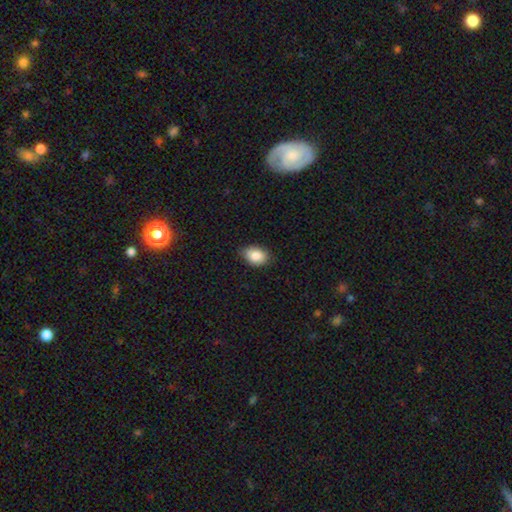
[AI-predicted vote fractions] smooth-or-featured: smooth: 86% | star or artifact: 8% | featured or disk: 6%
  how-rounded: in between: 78% | round: 21% | cigar-shaped: 1%
  merging: none: 81% | minor disturbance: 15% | major disturbance: 2% | merger: 1%